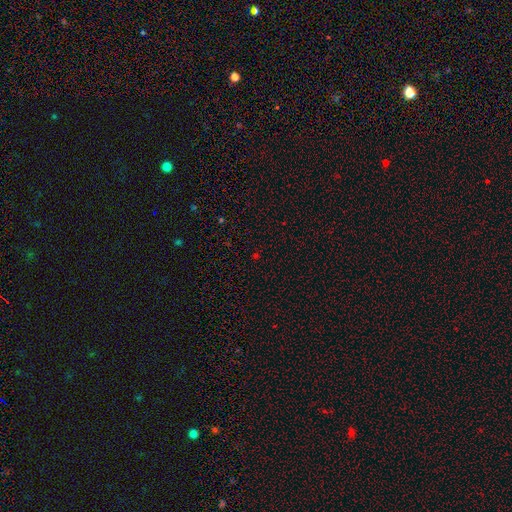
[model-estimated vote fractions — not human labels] Morphology: type=star or artifact (61%).